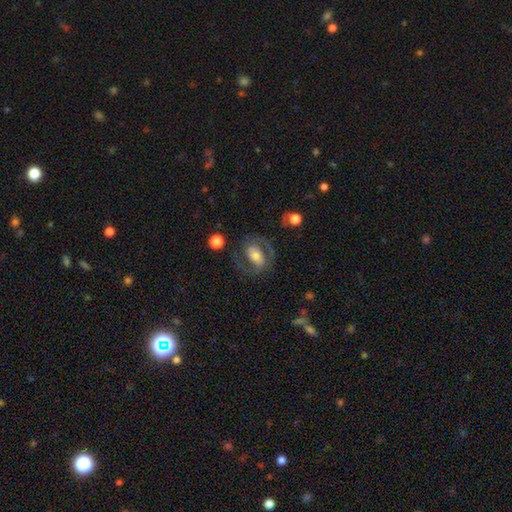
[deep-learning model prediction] Smooth or featured: featured or disk — 62% (smooth — 30%)
Edge-on disk: no — 95% (yes — 5%)
Bar: no — 39% (weak — 33%)
Spiral arms: yes — 75% (no — 25%)
Bulge size: moderate — 53% (small — 24%)
Merging: none — 66% (major disturbance — 16%)